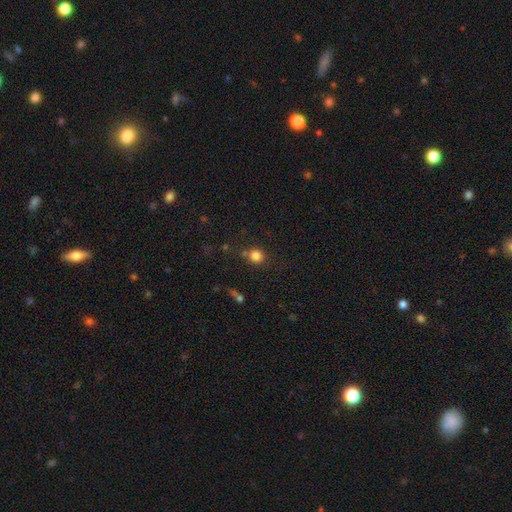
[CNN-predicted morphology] smooth 82%, star or artifact 12%, featured or disk 6%. Down the decision tree: how rounded — round (86%); merging — none (72%).